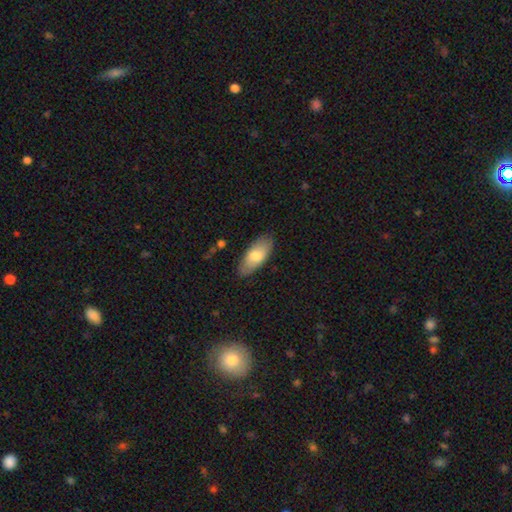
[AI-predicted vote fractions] smooth 72%, featured or disk 22%, star or artifact 6%. Down the decision tree: how rounded — in between (87%); merging — none (82%).